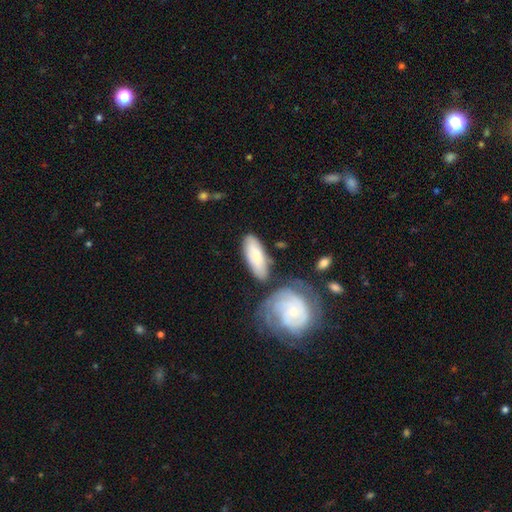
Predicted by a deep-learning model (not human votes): This appears to be a smooth galaxy with no disk features (76%) that is in between round and cigar-shaped (68%). Merging: none (65%).